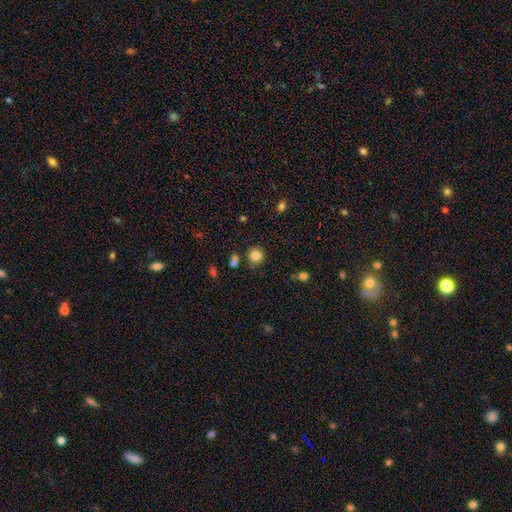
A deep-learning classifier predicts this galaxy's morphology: smooth 81%, star or artifact 11%, featured or disk 7%. Down the decision tree: how rounded — round (88%); merging — none (79%).